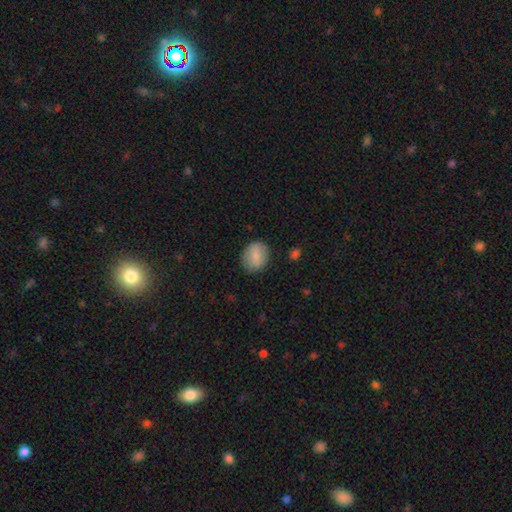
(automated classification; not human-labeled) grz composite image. It shows a smooth galaxy with no disk features (79%) that is round (51%). Merging: none (82%).